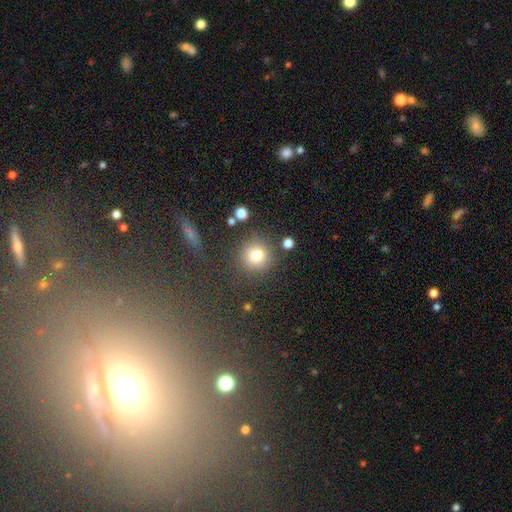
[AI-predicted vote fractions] This appears to be a smooth galaxy with no disk features (77%) that is round (91%). Merging: none (80%).